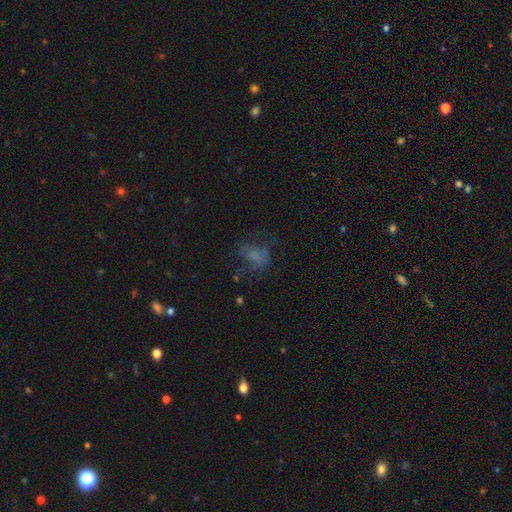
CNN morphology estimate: Q: Smooth or featured?
A: smooth (45%); runner-up: featured or disk (34%)
Q: Merging?
A: none (42%); runner-up: major disturbance (33%)